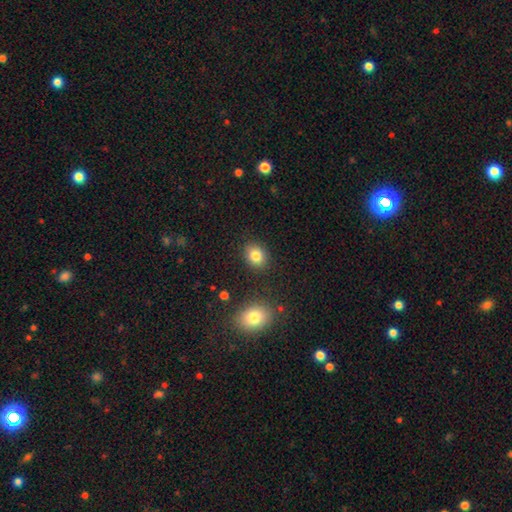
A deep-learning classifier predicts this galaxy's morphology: type=smooth (82%); roundness=round (51%); merging=none (86%).